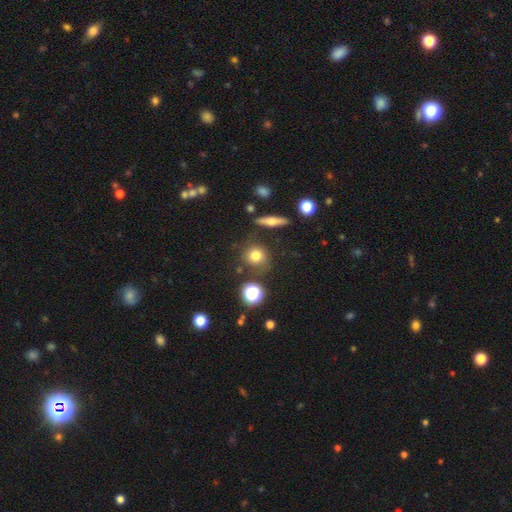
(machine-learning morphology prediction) The model was most divided on "smooth or featured": smooth: 73%, star or artifact: 15%, featured or disk: 12%. More confident: how rounded — round (85%); merging — none (78%).